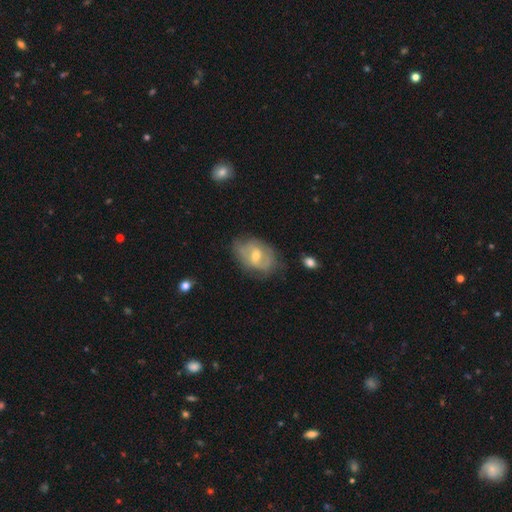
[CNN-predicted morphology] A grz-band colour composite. It shows a featured or disk galaxy (58%) with a weak bar (50%), spiral arms (60%) and a moderate central bulge (62%). Merging: none (61%).